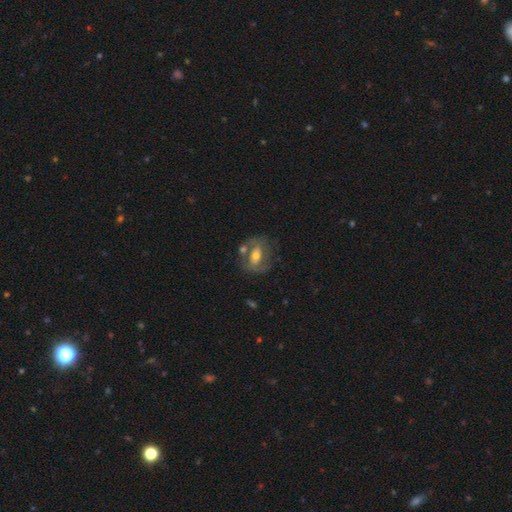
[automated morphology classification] A featured or disk galaxy (61%) with no bar (37%, tied with weak), spiral arms (55%) and a moderate central bulge (68%). Merging: none (58%).